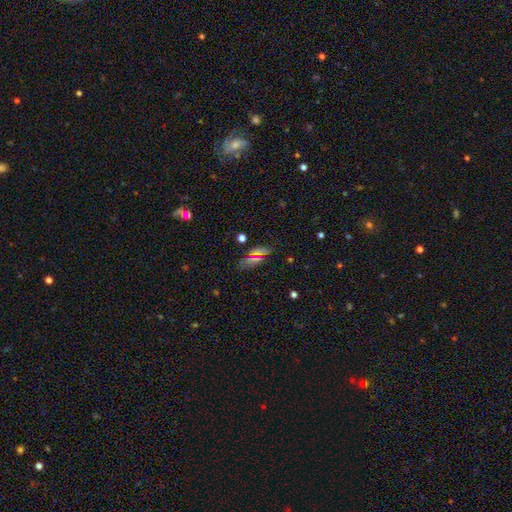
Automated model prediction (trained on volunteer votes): Smooth or featured? smooth (65%)
How rounded? in between (64%)
Merging? none (75%)